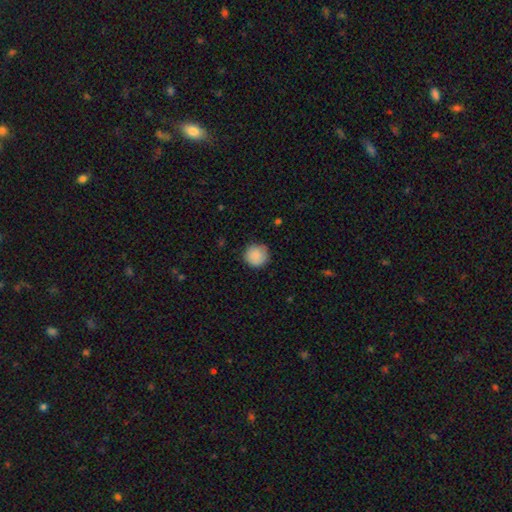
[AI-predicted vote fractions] Smooth or featured: smooth — 87% (star or artifact — 8%)
How rounded: round — 95% (in between — 4%)
Merging: none — 86% (minor disturbance — 11%)